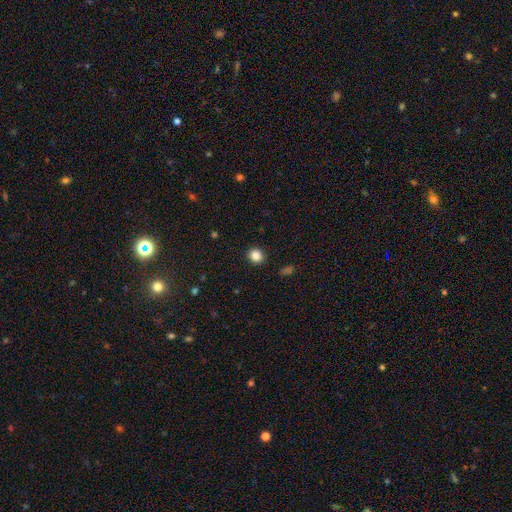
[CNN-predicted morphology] smooth_or_featured: smooth (p=0.86) [alt: star or artifact p=0.11]
how_rounded: round (p=0.83) [alt: in between p=0.16]
merging: none (p=0.91) [alt: minor disturbance p=0.06]